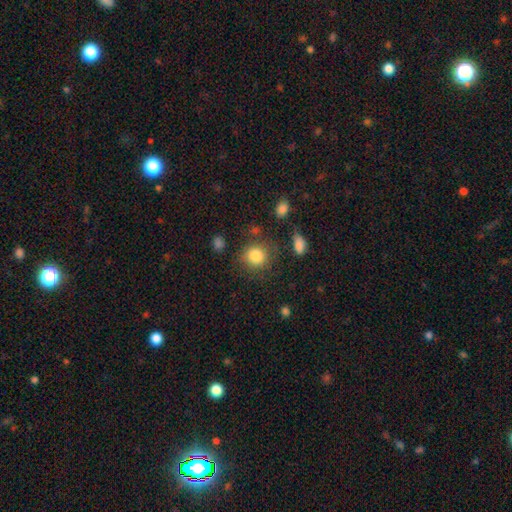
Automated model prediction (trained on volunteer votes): smooth-or-featured: smooth: 84% | star or artifact: 10% | featured or disk: 6%
  how-rounded: round: 84% | in between: 15% | cigar-shaped: 1%
  merging: none: 76% | minor disturbance: 14% | major disturbance: 6% | merger: 5%